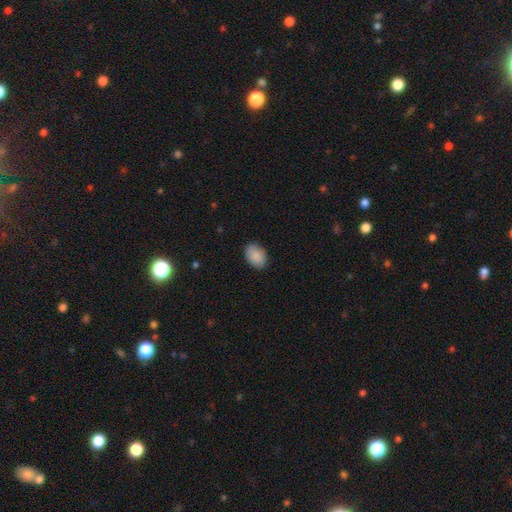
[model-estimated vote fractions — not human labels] A smooth galaxy with no disk features (90%) that is in between round and cigar-shaped (84%). Merging: none (85%).